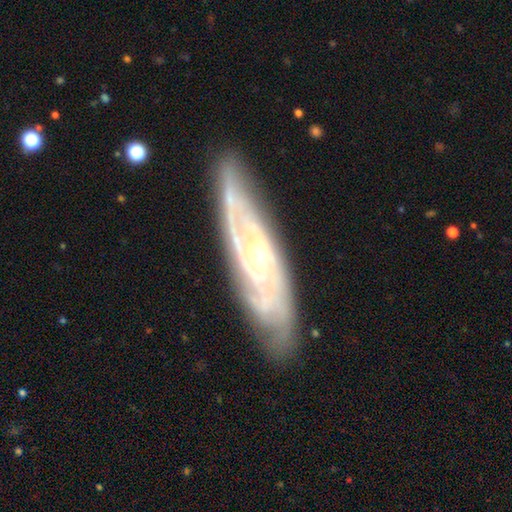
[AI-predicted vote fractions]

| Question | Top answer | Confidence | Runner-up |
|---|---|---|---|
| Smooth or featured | featured or disk | 86% | smooth (8%) |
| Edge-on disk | no | 76% | yes (24%) |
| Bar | no | 64% | weak (27%) |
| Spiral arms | yes | 94% | no (6%) |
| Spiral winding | tight | 66% | medium (28%) |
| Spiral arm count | can't tell | 35% | 2 (27%) |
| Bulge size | moderate | 49% | small (46%) |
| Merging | none | 80% | minor disturbance (15%) |